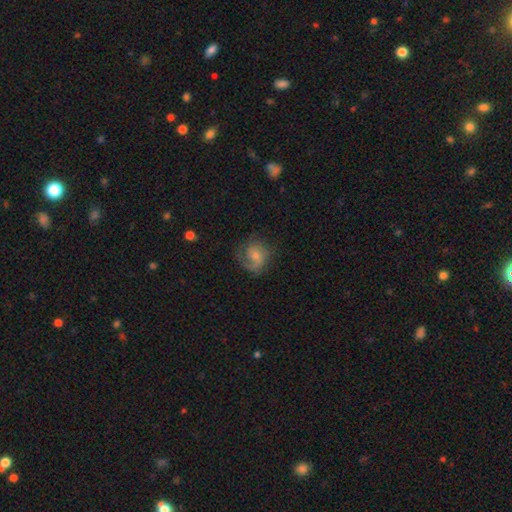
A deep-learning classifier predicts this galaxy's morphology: Smooth or featured: featured or disk — 63% (smooth — 27%)
Edge-on disk: no — 97% (yes — 3%)
Bar: no — 66% (weak — 29%)
Spiral arms: yes — 89% (no — 11%)
Spiral winding: medium — 42% (tight — 37%)
Spiral arm count: 1 — 41% (2 — 36%)
Bulge size: small — 55% (moderate — 37%)
Merging: none — 65% (minor disturbance — 19%)